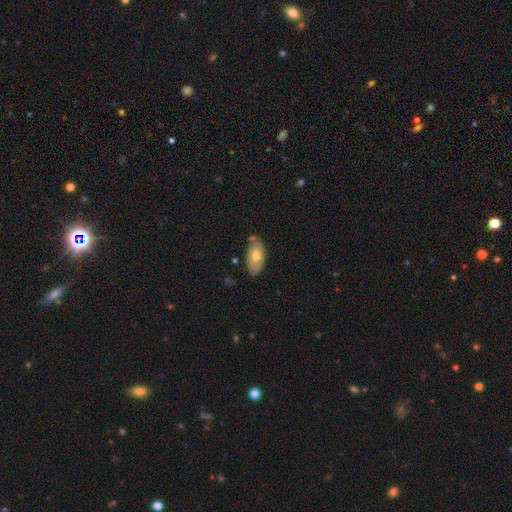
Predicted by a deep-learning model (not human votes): This is likely a smooth galaxy (68%). How rounded: clearly in between (93%). Merging: likely none (71%).